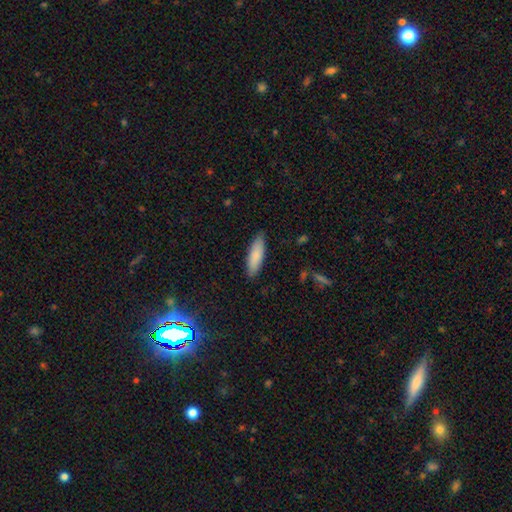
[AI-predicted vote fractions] Q: Smooth or featured?
A: smooth (85%); runner-up: featured or disk (10%)
Q: How rounded?
A: cigar-shaped (54%); runner-up: in between (45%)
Q: Merging?
A: none (86%); runner-up: minor disturbance (11%)